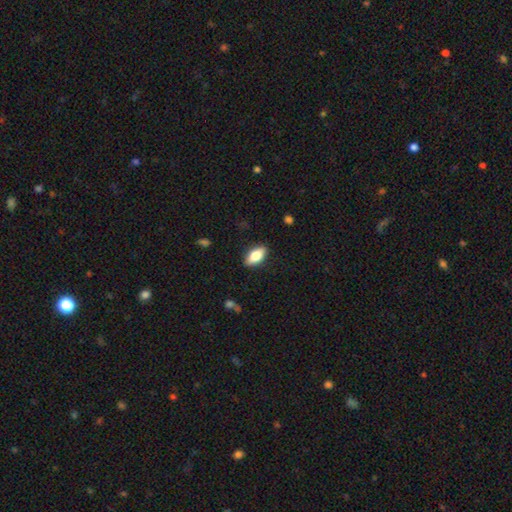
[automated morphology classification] type=smooth (76%); roundness=in between (87%); merging=none (88%).